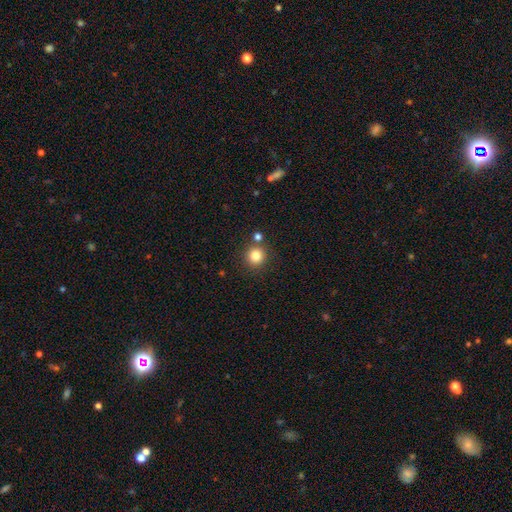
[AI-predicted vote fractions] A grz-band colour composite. It shows a smooth galaxy with no disk features (82%) that is round (93%). Merging: none (83%).